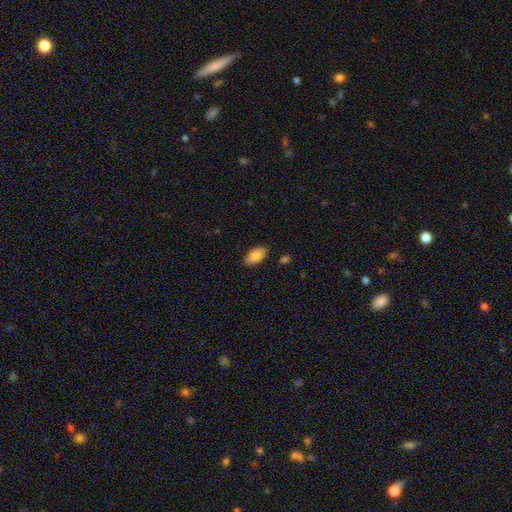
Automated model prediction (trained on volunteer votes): smooth-or-featured: smooth: 84% | featured or disk: 9% | star or artifact: 7%
  how-rounded: in between: 94% | round: 3% | cigar-shaped: 3%
  merging: none: 84% | minor disturbance: 12% | major disturbance: 2% | merger: 1%